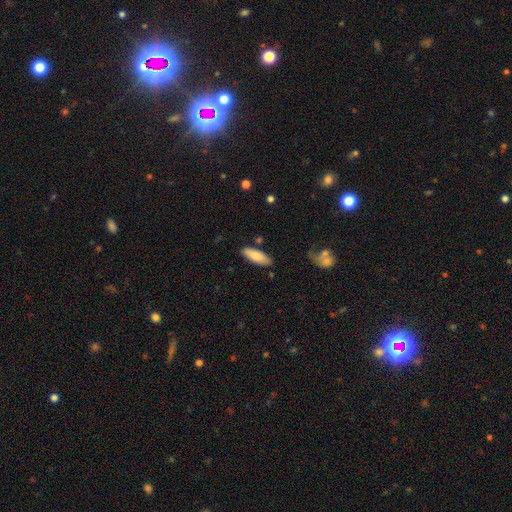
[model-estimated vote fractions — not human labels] Smooth or featured? Predicted: smooth (p=0.82). How rounded? Predicted: in between (p=0.63). Merging? Predicted: none (p=0.83).